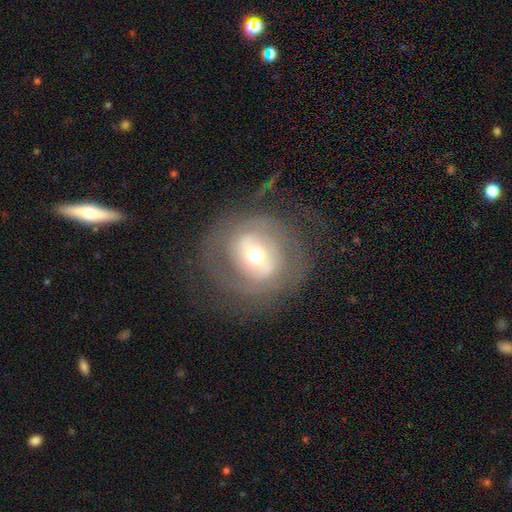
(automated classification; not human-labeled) This is likely a featured or disk galaxy (61%). It is clearly not viewed edge-on (95%). Bar: possibly no (50%). Spiral arm pattern: possibly yes (55%). Central bulge: likely moderate (63%). Merging: likely none (72%).